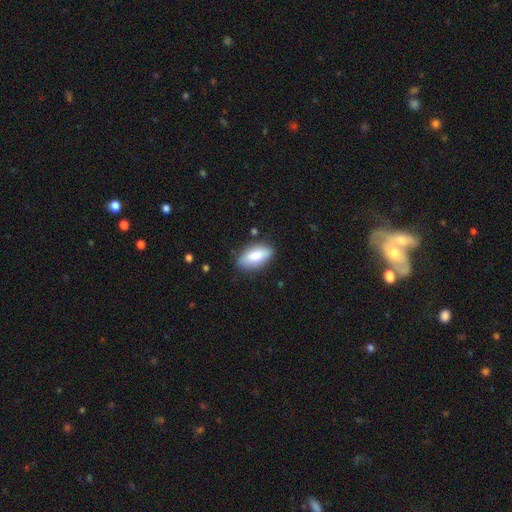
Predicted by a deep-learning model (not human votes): This appears to be a smooth galaxy with no disk features (81%) that is in between round and cigar-shaped (89%). Merging: none (79%).